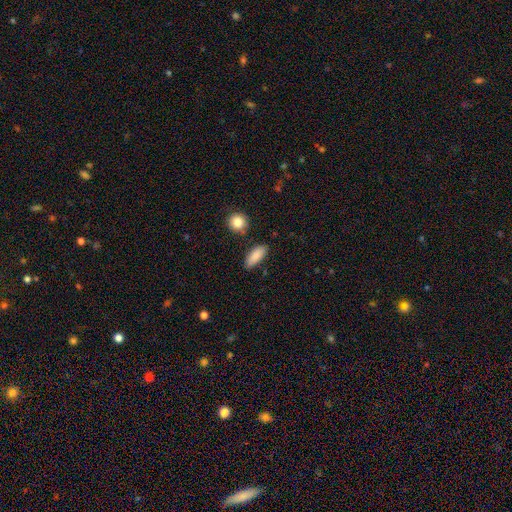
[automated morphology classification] Smooth or featured?
  - smooth: 87% *
  - star or artifact: 7%
  - featured or disk: 6%
How rounded?
  - in between: 79% *
  - cigar-shaped: 18%
  - round: 3%
Merging?
  - none: 82% *
  - minor disturbance: 13%
  - merger: 3%
  - major disturbance: 3%